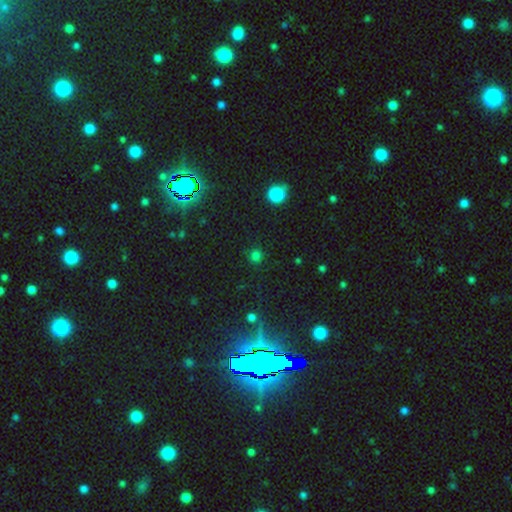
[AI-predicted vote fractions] This is likely a smooth galaxy (70%). How rounded: clearly round (90%). Merging: clearly none (86%).